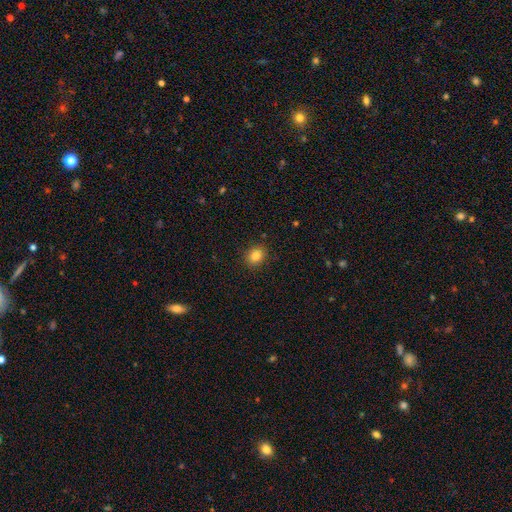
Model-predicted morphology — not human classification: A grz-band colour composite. It shows a smooth galaxy with no disk features (83%) that is round (59%). Merging: none (89%).